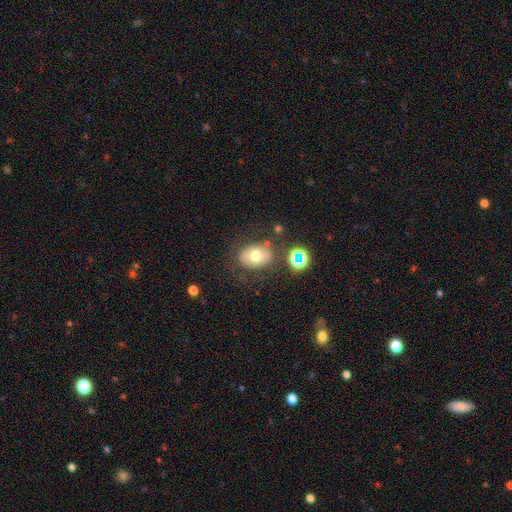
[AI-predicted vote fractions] Smooth or featured: smooth — 67% (featured or disk — 21%)
How rounded: in between — 71% (round — 28%)
Merging: none — 72% (minor disturbance — 15%)